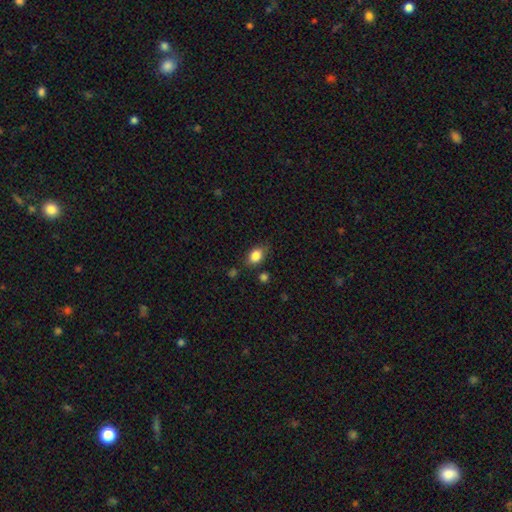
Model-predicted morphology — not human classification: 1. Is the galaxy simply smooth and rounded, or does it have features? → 84% smooth, 9% star or artifact, 7% featured or disk.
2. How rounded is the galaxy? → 74% in between, 25% round, 2% cigar-shaped.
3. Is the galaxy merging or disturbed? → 77% none, 16% minor disturbance, 4% major disturbance, 3% merger.